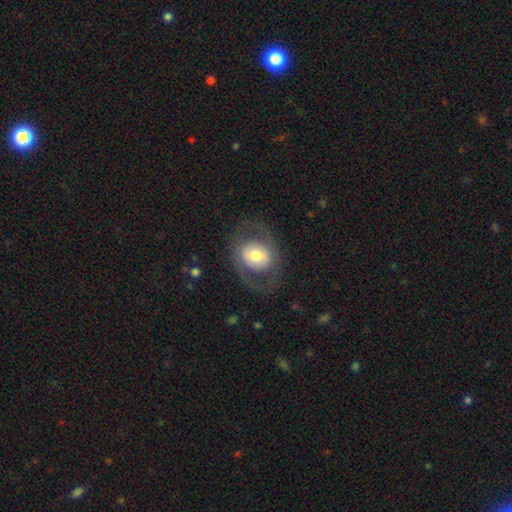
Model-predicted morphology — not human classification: This appears to be a featured or disk galaxy (50%). Merging: none (75%).